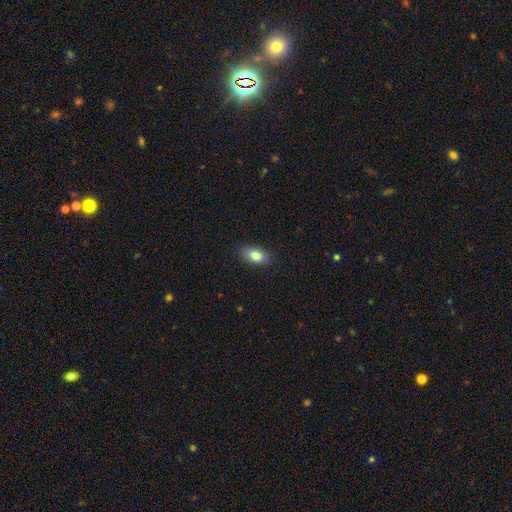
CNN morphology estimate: A smooth galaxy with no disk features (85%) that is in between round and cigar-shaped (86%).

Vote fractions:
- Smooth or featured? smooth: 85% / star or artifact: 8% / featured or disk: 7%
- How rounded? in between: 86% / round: 7% / cigar-shaped: 7%
- Merging? none: 83% / minor disturbance: 13% / major disturbance: 3% / merger: 1%